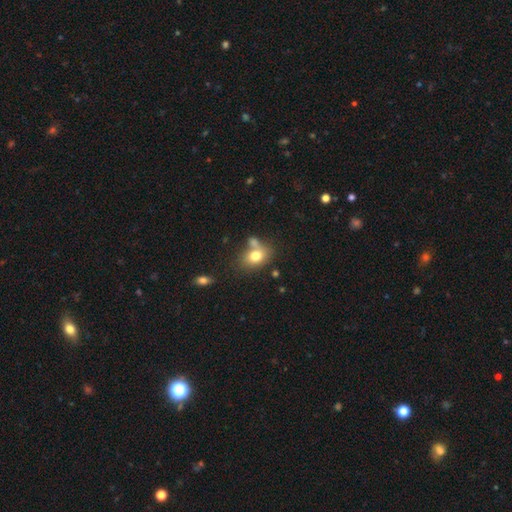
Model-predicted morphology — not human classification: A smooth galaxy with no disk features (76%) that is in between round and cigar-shaped (69%).

Vote fractions:
- Smooth or featured? smooth: 76% / featured or disk: 14% / star or artifact: 10%
- How rounded? in between: 69% / round: 29% / cigar-shaped: 1%
- Merging? none: 51% / merger: 27% / minor disturbance: 16% / major disturbance: 6%